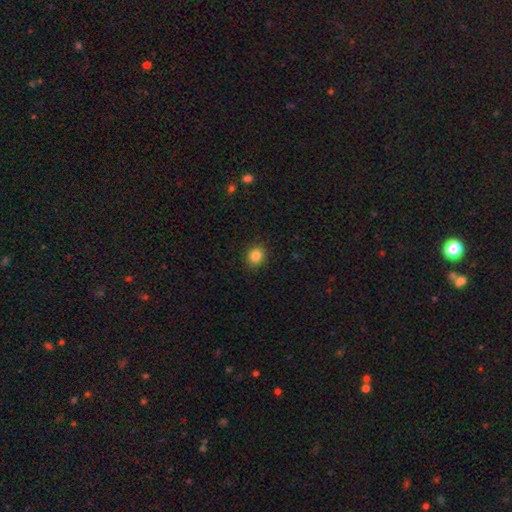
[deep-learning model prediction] Smooth or featured? smooth (84%)
How rounded? round (76%)
Merging? none (90%)